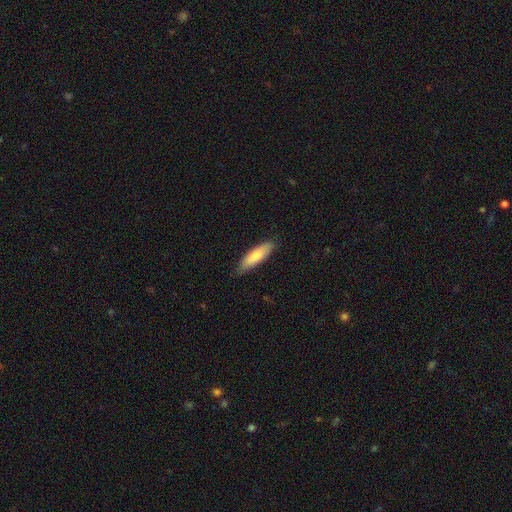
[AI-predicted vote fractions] Smooth or featured?
  - smooth: 74% *
  - featured or disk: 21%
  - star or artifact: 6%
How rounded?
  - cigar-shaped: 57% *
  - in between: 41%
  - round: 2%
Merging?
  - none: 85% *
  - minor disturbance: 12%
  - major disturbance: 2%
  - merger: 1%